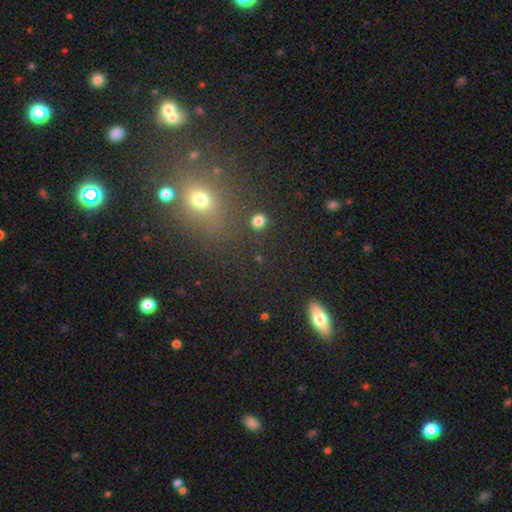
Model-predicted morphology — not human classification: This is possibly a smooth galaxy (47%). Merging: likely none (78%).